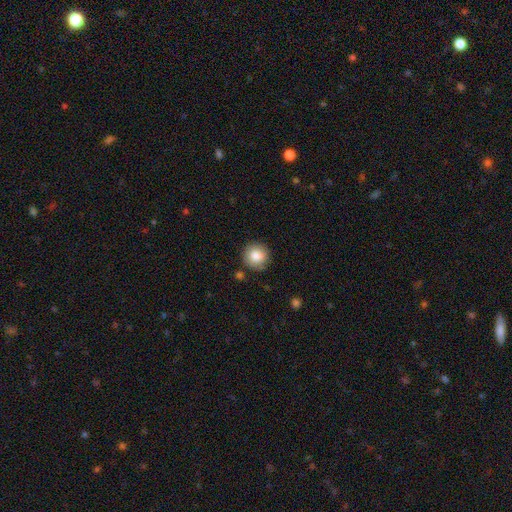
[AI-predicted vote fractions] Overall: smooth (84%). How rounded: round (94%). Merging: none (86%).